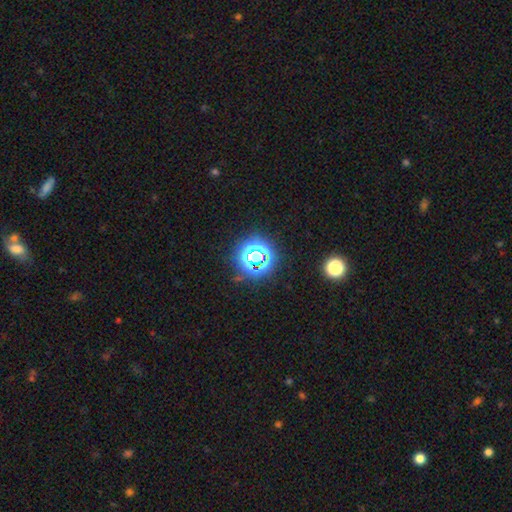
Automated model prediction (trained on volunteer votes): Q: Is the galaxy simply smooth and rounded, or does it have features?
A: star or artifact — 72%.